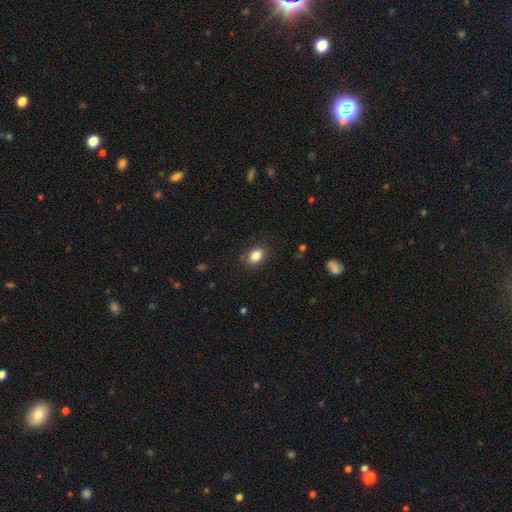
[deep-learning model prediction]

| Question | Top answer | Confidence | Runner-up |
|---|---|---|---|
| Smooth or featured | smooth | 85% | star or artifact (9%) |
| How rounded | in between | 69% | round (30%) |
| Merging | none | 86% | minor disturbance (10%) |